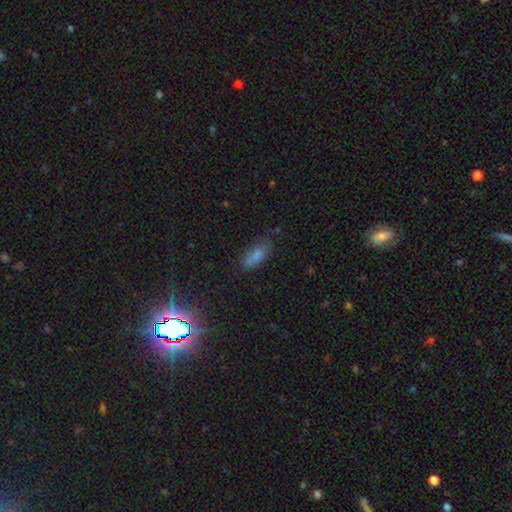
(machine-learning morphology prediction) smooth 79%, star or artifact 12%, featured or disk 9%. Down the decision tree: how rounded — in between (78%); merging — none (66%).